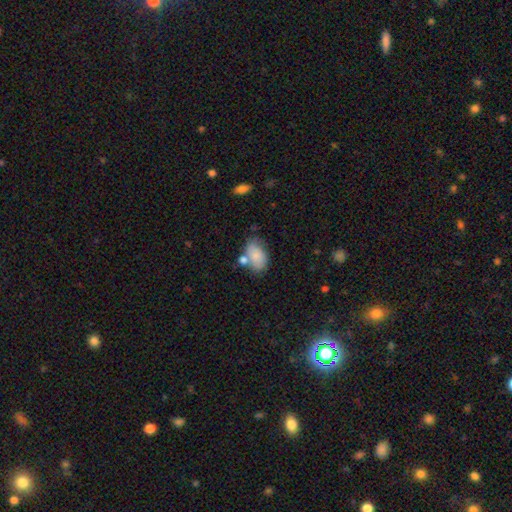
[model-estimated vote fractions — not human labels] The model was most divided on "merging": none: 51%, minor disturbance: 22%, merger: 20%, major disturbance: 7%. More confident: how rounded — in between (89%); smooth or featured — smooth (78%).